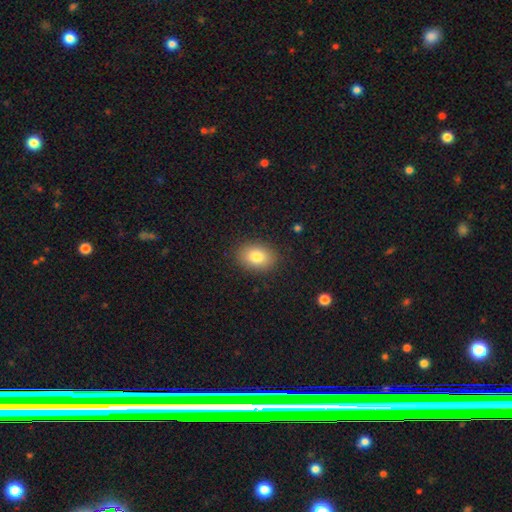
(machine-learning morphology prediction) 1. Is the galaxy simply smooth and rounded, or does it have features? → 82% smooth, 9% featured or disk, 9% star or artifact.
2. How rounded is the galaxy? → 73% in between, 26% round, 1% cigar-shaped.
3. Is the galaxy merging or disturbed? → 89% none, 8% minor disturbance, 2% major disturbance, 1% merger.